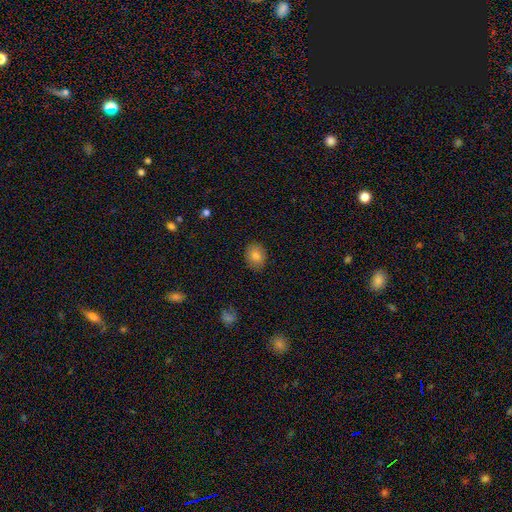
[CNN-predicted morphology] A smooth galaxy with no disk features (81%) that is round (50%).

Vote fractions:
- Smooth or featured? smooth: 81% / featured or disk: 10% / star or artifact: 9%
- How rounded? round: 50% / in between: 49% / cigar-shaped: 1%
- Merging? none: 87% / minor disturbance: 10% / major disturbance: 2% / merger: 1%